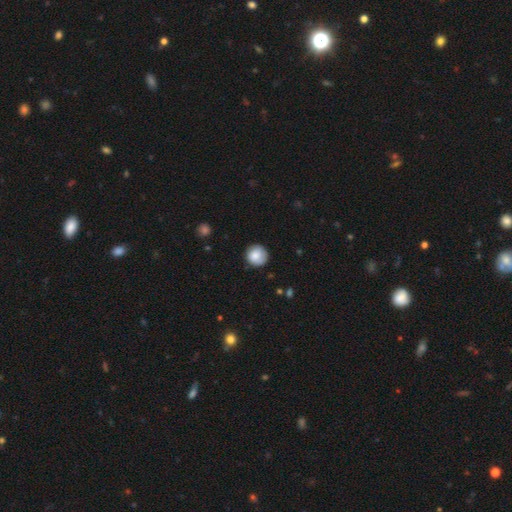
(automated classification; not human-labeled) smooth 82%, featured or disk 11%, star or artifact 8%. Down the decision tree: how rounded — round (93%); merging — none (81%).